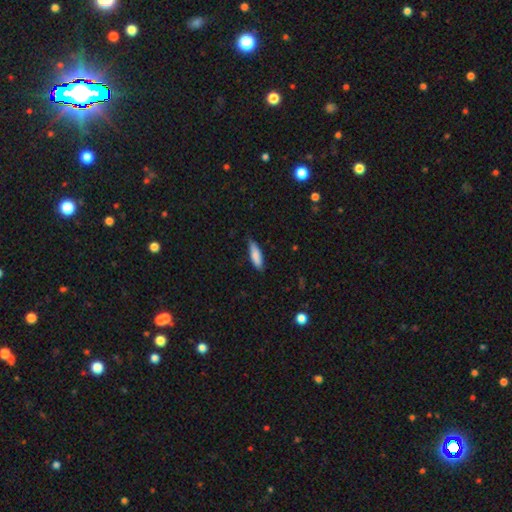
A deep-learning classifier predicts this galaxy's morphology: A smooth galaxy with no disk features (82%) that is cigar-shaped (54%).

Vote fractions:
- Smooth or featured? smooth: 82% / featured or disk: 12% / star or artifact: 6%
- How rounded? cigar-shaped: 54% / in between: 45% / round: 2%
- Merging? none: 67% / minor disturbance: 28% / major disturbance: 4% / merger: 1%